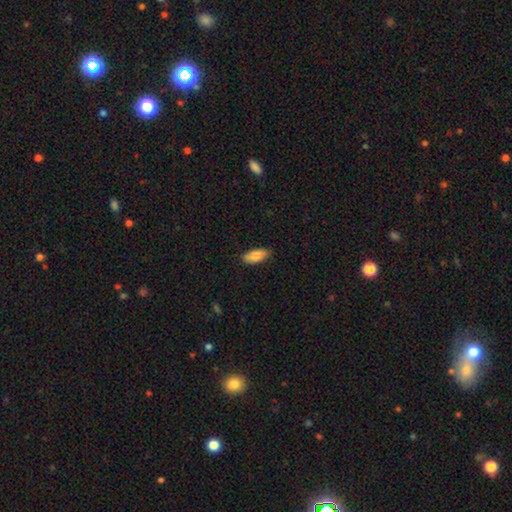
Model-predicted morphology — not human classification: smooth_or_featured: smooth (p=0.87) [alt: featured or disk p=0.07]
how_rounded: in between (p=0.86) [alt: cigar-shaped p=0.13]
merging: none (p=0.87) [alt: minor disturbance p=0.11]